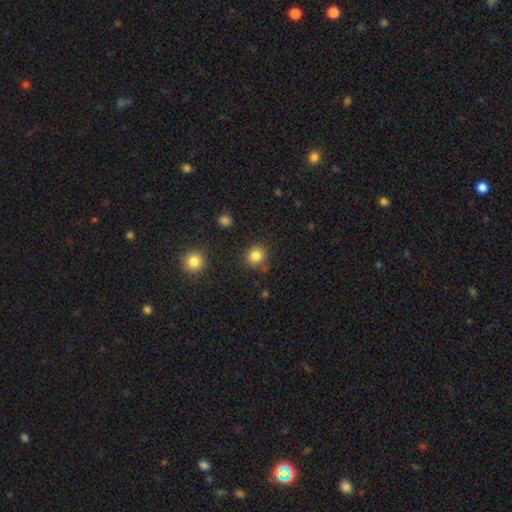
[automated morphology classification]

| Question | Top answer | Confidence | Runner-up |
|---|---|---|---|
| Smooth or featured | smooth | 85% | star or artifact (11%) |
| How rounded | round | 84% | in between (15%) |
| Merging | none | 83% | minor disturbance (10%) |